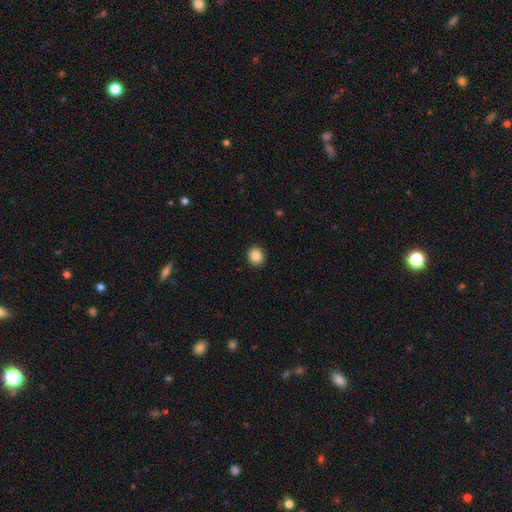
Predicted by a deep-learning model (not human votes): This appears to be a smooth galaxy with no disk features (86%) that is round (78%). Merging: none (92%).